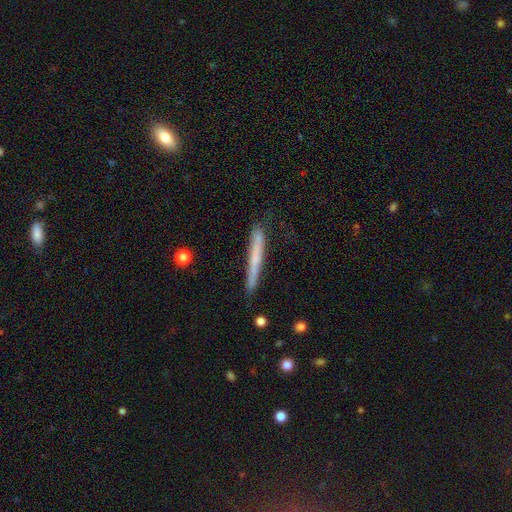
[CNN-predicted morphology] This is possibly a smooth galaxy (54%). How rounded: clearly cigar-shaped (96%). Merging: likely none (72%).